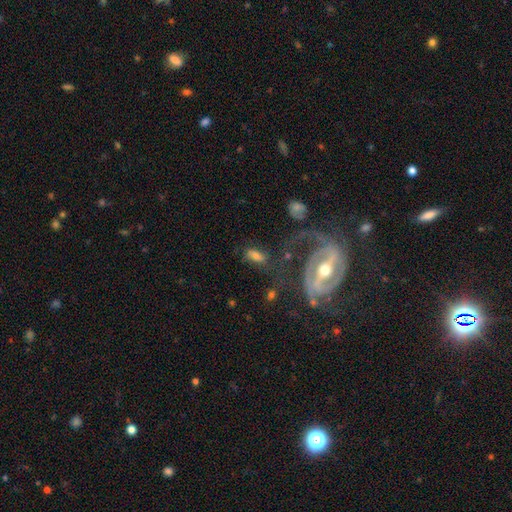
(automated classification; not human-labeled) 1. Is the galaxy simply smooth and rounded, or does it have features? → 55% featured or disk, 35% smooth, 10% star or artifact.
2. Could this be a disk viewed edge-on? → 87% no, 13% yes.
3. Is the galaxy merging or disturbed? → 54% none, 18% minor disturbance, 17% major disturbance, 11% merger.